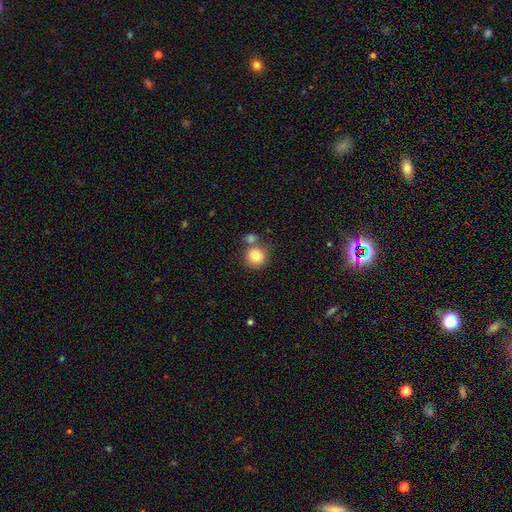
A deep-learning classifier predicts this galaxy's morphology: smooth_or_featured: smooth (p=0.84) [alt: star or artifact p=0.09]
how_rounded: round (p=0.89) [alt: in between p=0.10]
merging: none (p=0.59) [alt: merger p=0.26]